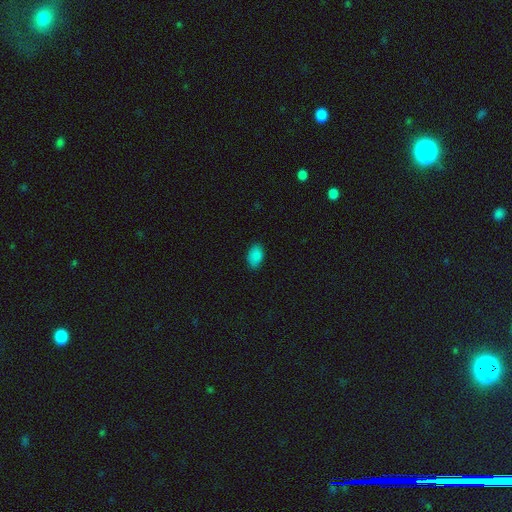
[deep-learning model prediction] smooth-or-featured: smooth: 86% | star or artifact: 10% | featured or disk: 4%
  how-rounded: in between: 92% | round: 7% | cigar-shaped: 1%
  merging: none: 84% | minor disturbance: 12% | major disturbance: 3% | merger: 1%